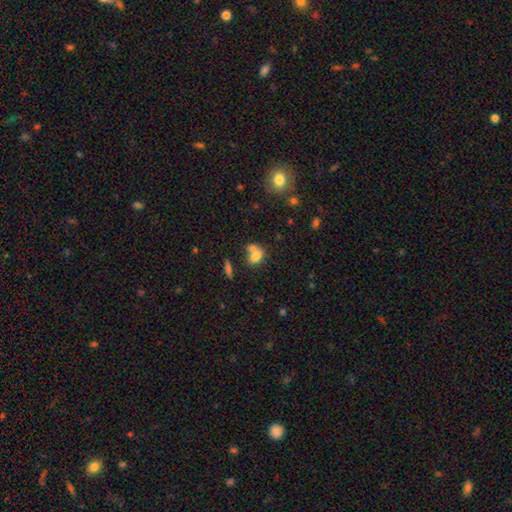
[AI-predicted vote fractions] smooth_or_featured: smooth (p=0.73) [alt: featured or disk p=0.16]
how_rounded: in between (p=0.73) [alt: round p=0.23]
merging: merger (p=0.54) [alt: none p=0.31]